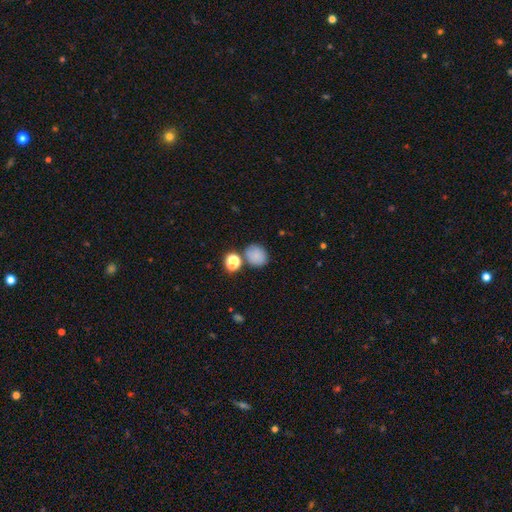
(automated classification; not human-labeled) The model was most divided on "how rounded": round: 60%, in between: 39%, cigar-shaped: 1%. More confident: smooth or featured — smooth (82%); merging — none (70%).